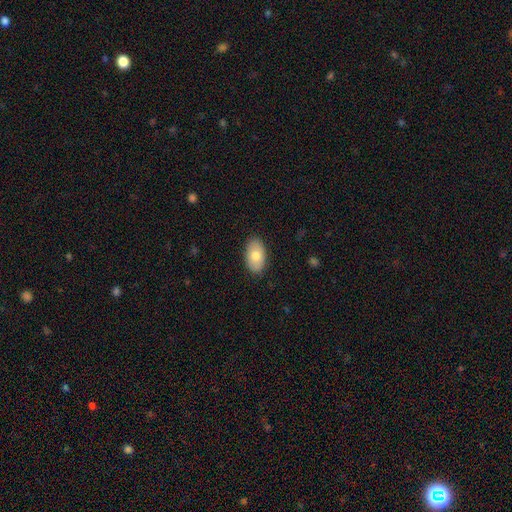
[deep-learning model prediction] A smooth galaxy with no disk features (75%) that is in between round and cigar-shaped (94%).

Vote fractions:
- Smooth or featured? smooth: 75% / featured or disk: 19% / star or artifact: 6%
- How rounded? in between: 94% / round: 4% / cigar-shaped: 2%
- Merging? none: 88% / minor disturbance: 9% / major disturbance: 2% / merger: 1%